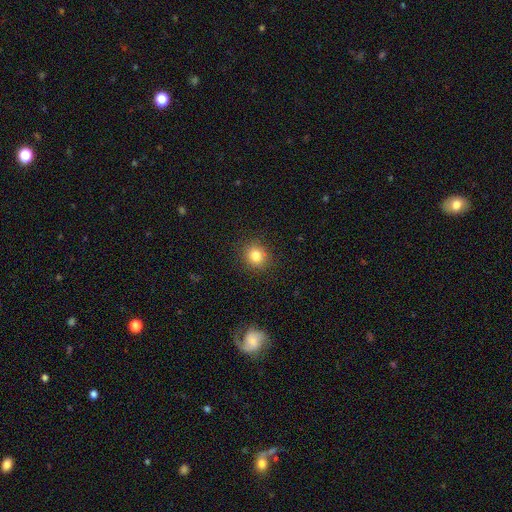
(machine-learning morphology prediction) This is clearly a smooth galaxy (82%). How rounded: clearly round (84%). Merging: clearly none (89%).